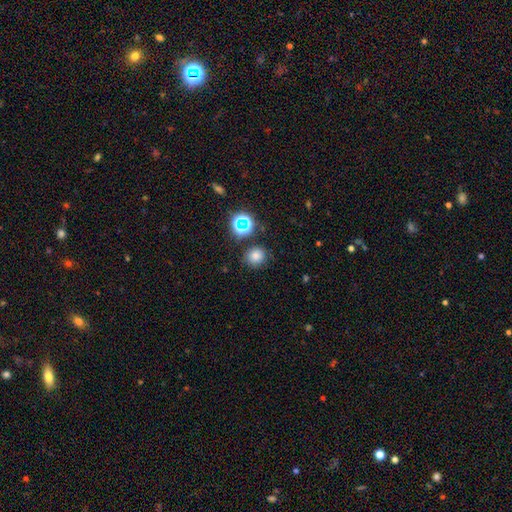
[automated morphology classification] This is likely a smooth galaxy (74%). How rounded: clearly round (84%). Merging: clearly none (83%).